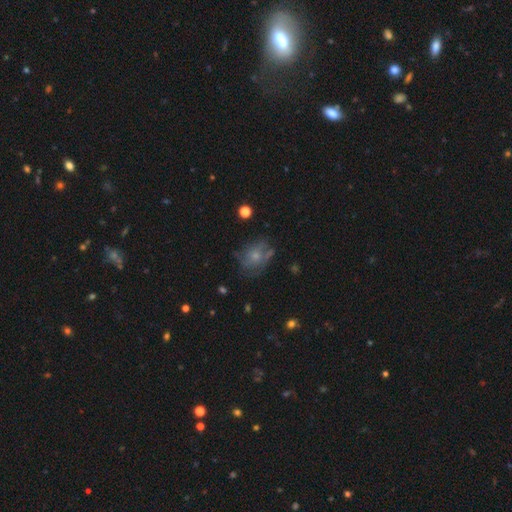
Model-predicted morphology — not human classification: Overall: featured or disk (50%; smooth 36%). Edge-on disk: no (97%). Merging: none (55%; minor disturbance 24%).